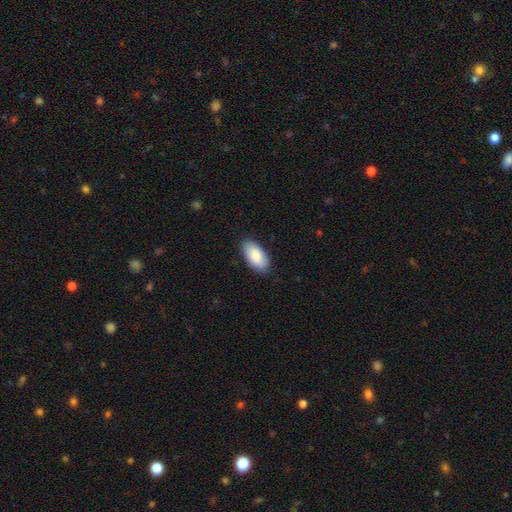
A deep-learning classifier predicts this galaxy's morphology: Smooth or featured? smooth (87%)
How rounded? in between (95%)
Merging? none (86%)